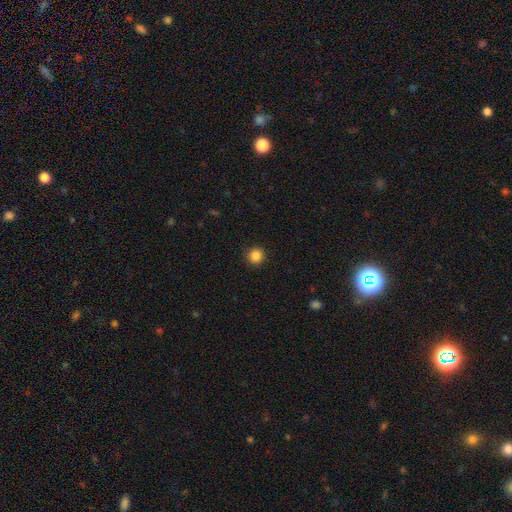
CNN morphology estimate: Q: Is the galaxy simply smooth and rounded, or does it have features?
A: smooth — 86%.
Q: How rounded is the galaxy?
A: round — 95%.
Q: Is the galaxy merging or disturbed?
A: none — 91%.